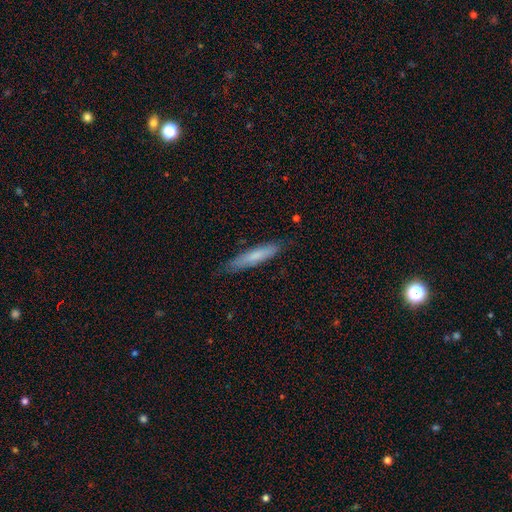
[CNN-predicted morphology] type=smooth (70%); roundness=cigar-shaped (88%); merging=none (82%).